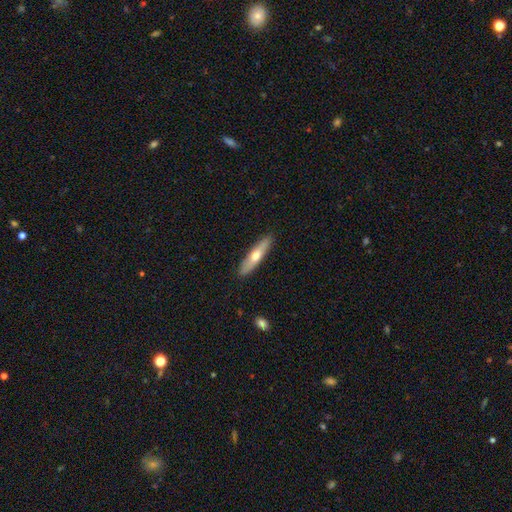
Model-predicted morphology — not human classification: This is possibly a smooth galaxy (55%). How rounded: likely cigar-shaped (79%). Merging: clearly none (89%).